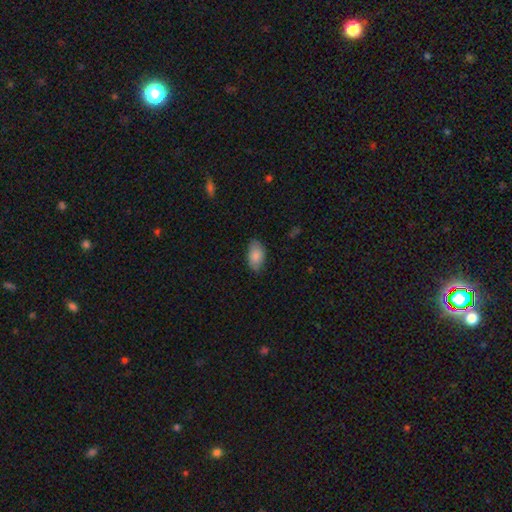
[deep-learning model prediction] This is clearly a smooth galaxy (85%). How rounded: clearly in between (93%). Merging: likely none (78%).